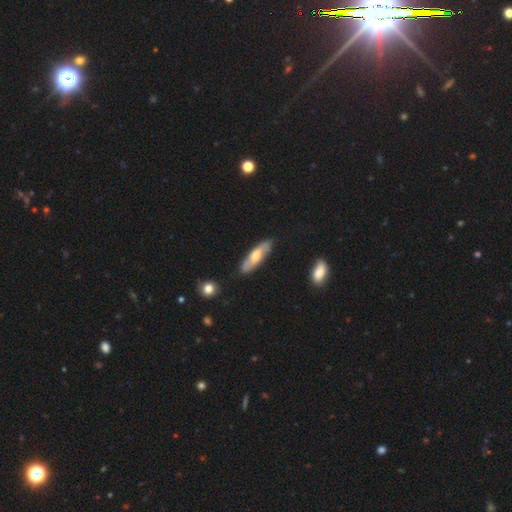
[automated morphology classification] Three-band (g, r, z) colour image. It shows a smooth galaxy with no disk features (48%). Merging: none (82%).